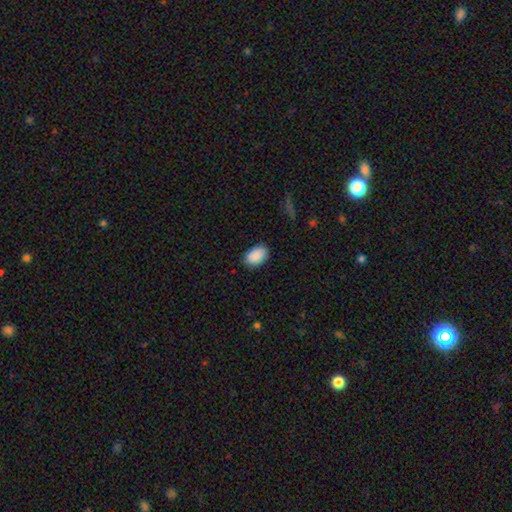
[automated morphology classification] This appears to be a smooth galaxy with no disk features (90%) that is in between round and cigar-shaped (90%). Merging: none (84%).